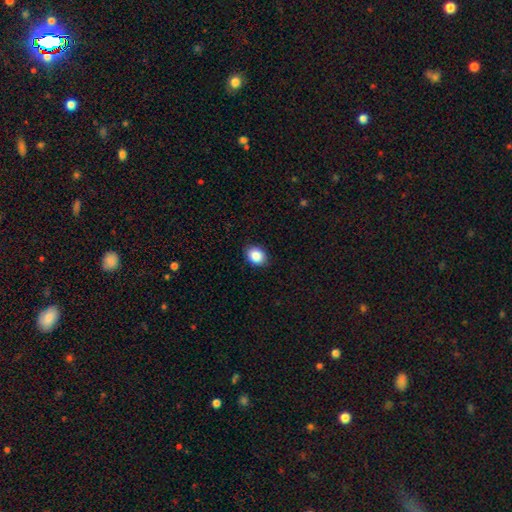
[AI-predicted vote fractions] The model was most divided on "how rounded": in between: 60%, round: 39%, cigar-shaped: 1%. More confident: merging — none (89%); smooth or featured — smooth (87%).